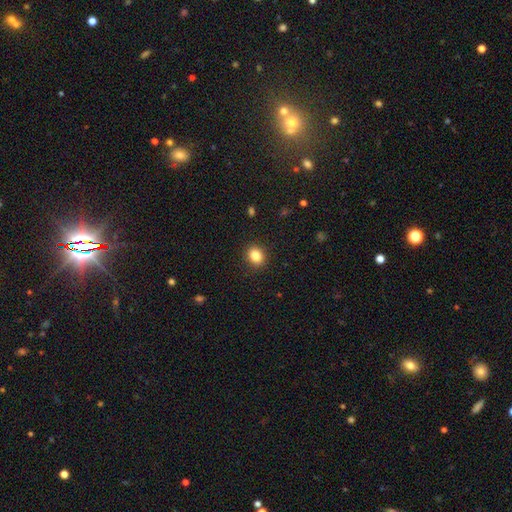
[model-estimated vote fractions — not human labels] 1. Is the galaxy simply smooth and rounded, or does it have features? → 85% smooth, 10% star or artifact, 5% featured or disk.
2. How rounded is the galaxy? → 54% round, 45% in between, 1% cigar-shaped.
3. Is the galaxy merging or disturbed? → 90% none, 7% minor disturbance, 2% major disturbance, 1% merger.